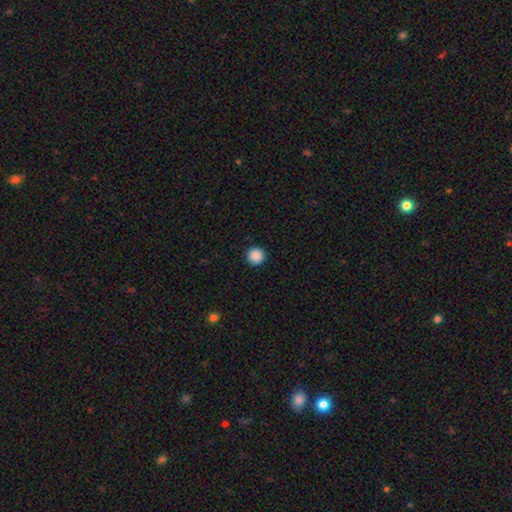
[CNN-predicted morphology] smooth_or_featured: smooth (p=0.89) [alt: star or artifact p=0.09]
how_rounded: round (p=0.96) [alt: in between p=0.03]
merging: none (p=0.93) [alt: minor disturbance p=0.04]